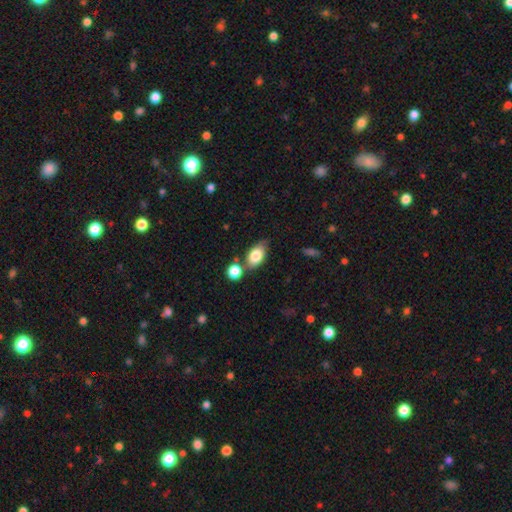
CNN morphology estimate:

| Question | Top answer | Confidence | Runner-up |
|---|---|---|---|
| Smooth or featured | smooth | 79% | featured or disk (13%) |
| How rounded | in between | 87% | round (9%) |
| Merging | none | 57% | merger (20%) |